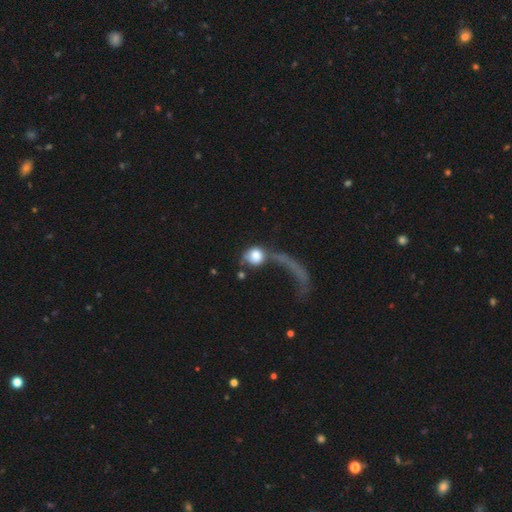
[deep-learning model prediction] The model was most divided on "merging": major disturbance: 55%, none: 18%, merger: 16%, minor disturbance: 10%. More confident: how rounded — round (81%); smooth or featured — smooth (66%).